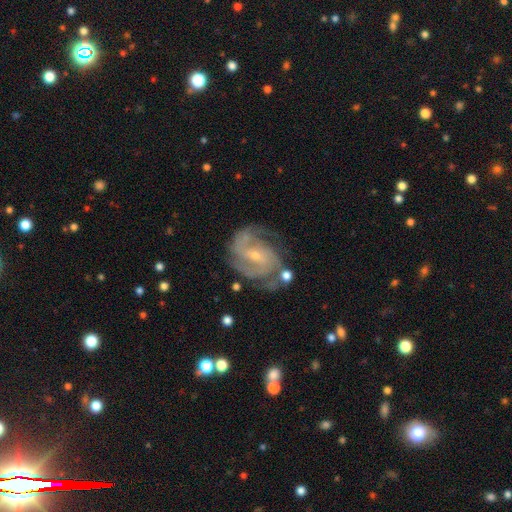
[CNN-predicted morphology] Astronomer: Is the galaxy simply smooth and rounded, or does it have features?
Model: featured or disk — 88%.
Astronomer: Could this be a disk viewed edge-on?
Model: no — 97%.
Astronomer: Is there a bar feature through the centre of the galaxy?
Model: weak — 43% (runner-up: no, 41%).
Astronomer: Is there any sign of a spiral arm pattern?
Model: yes — 96%.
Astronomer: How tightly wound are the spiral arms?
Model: tight — 45% (runner-up: medium, 44%).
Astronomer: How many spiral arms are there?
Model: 2 — 37% (runner-up: 3, 28%).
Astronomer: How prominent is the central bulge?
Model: small — 73%.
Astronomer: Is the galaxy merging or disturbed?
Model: none — 65%.